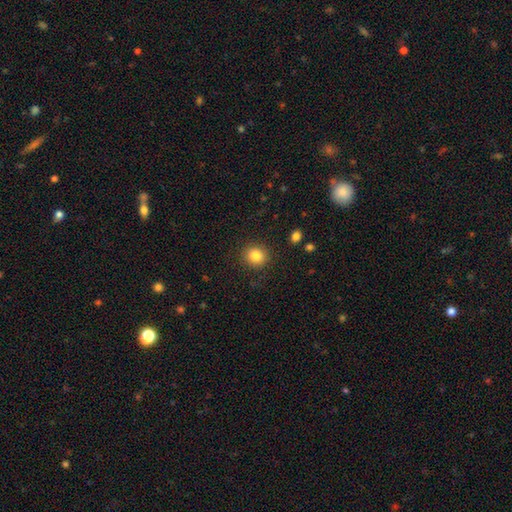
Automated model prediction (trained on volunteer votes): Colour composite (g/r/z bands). It shows a smooth galaxy with no disk features (84%) that is round (85%). Merging: none (89%).